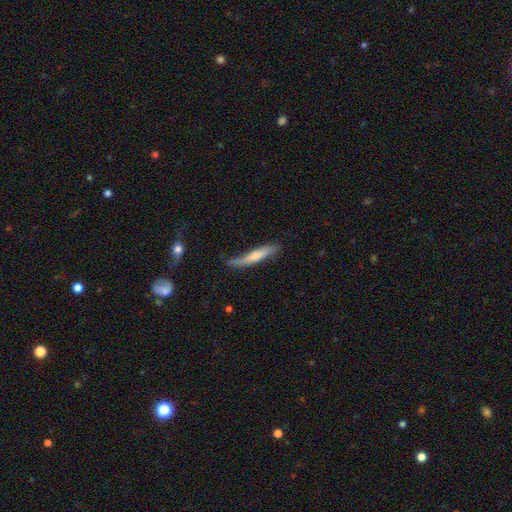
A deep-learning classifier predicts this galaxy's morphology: smooth-or-featured: smooth: 61% | featured or disk: 34% | star or artifact: 5%
  how-rounded: cigar-shaped: 91% | in between: 8% | round: 1%
  merging: none: 56% | minor disturbance: 30% | major disturbance: 10% | merger: 4%